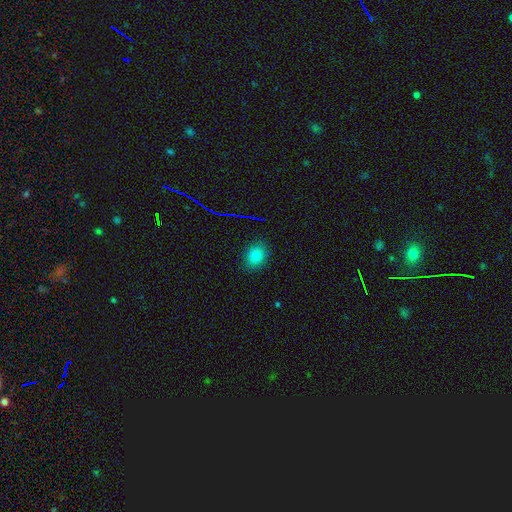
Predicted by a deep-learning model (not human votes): Smooth or featured?
  - smooth: 80% *
  - star or artifact: 14%
  - featured or disk: 6%
How rounded?
  - in between: 56% *
  - round: 43%
  - cigar-shaped: 1%
Merging?
  - none: 86% *
  - minor disturbance: 10%
  - major disturbance: 3%
  - merger: 1%